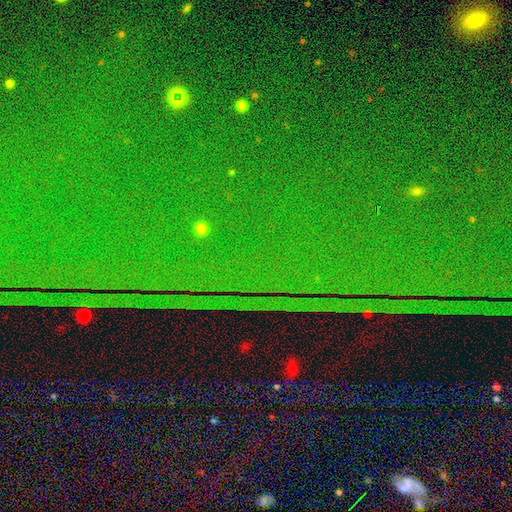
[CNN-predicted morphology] This is clearly a star or artifact rather than a galaxy (88%).